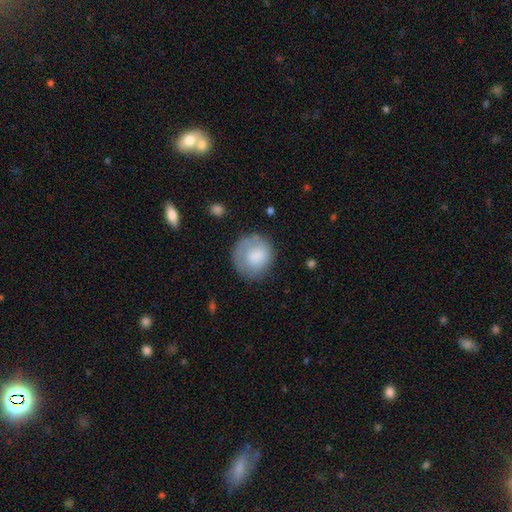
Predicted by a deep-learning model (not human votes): A smooth galaxy with no disk features (76%) that is round (87%). Merging: none (67%).